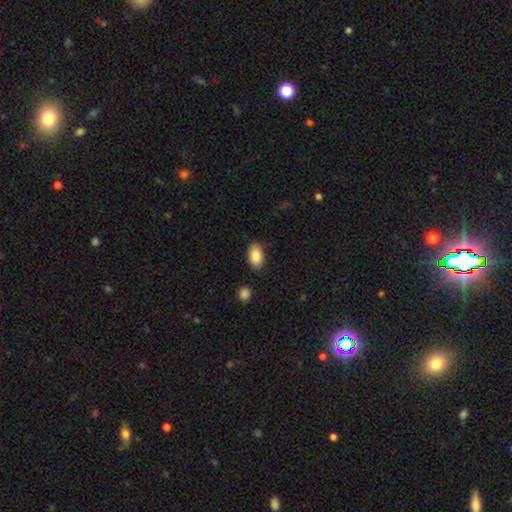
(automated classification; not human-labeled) Smooth or featured? smooth (87%)
How rounded? in between (91%)
Merging? none (83%)